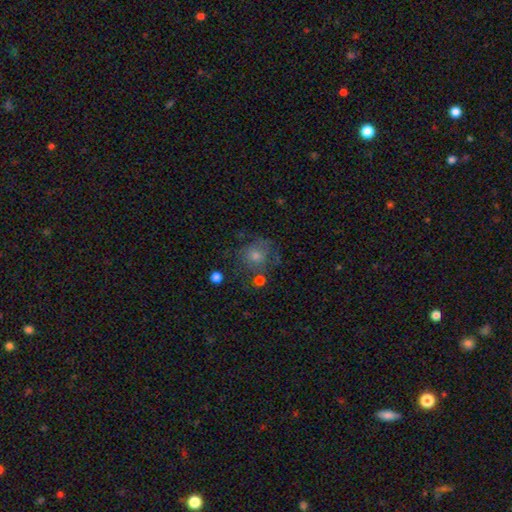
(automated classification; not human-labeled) smooth_or_featured: smooth (p=0.48) [alt: featured or disk p=0.32]
merging: none (p=0.63) [alt: minor disturbance p=0.18]